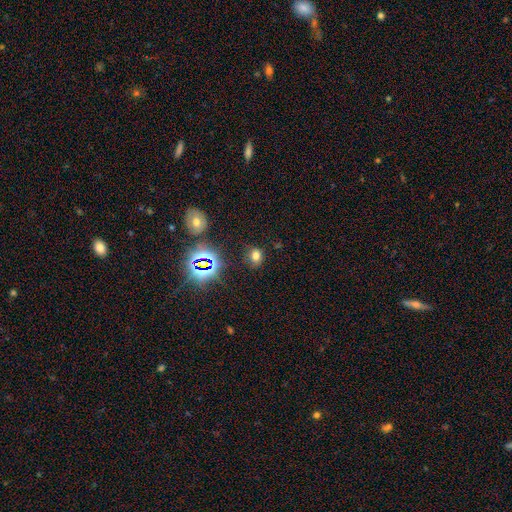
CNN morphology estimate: Q: Smooth or featured?
A: smooth (66%); runner-up: star or artifact (27%)
Q: How rounded?
A: round (56%); runner-up: in between (43%)
Q: Merging?
A: none (80%); runner-up: minor disturbance (13%)